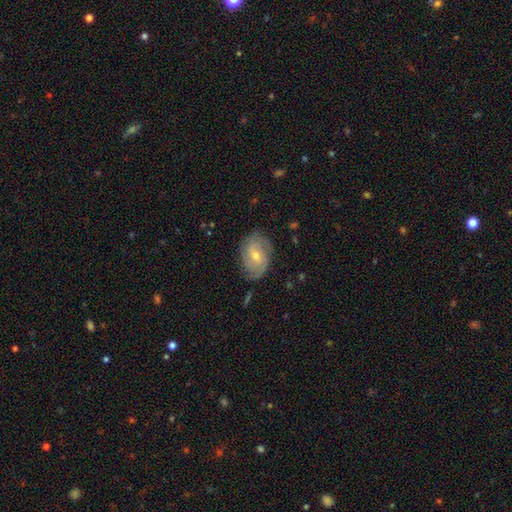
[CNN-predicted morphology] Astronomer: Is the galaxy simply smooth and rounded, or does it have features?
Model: featured or disk — 73%.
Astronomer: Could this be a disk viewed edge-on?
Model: no — 96%.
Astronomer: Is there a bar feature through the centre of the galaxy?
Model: no — 53% (runner-up: weak, 39%).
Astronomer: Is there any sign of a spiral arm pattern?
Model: yes — 91%.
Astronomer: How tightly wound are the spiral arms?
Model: tight — 54% (runner-up: medium, 34%).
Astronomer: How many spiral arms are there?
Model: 2 — 42% (runner-up: can't tell, 28%).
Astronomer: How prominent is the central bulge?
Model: small — 49% (runner-up: moderate, 47%).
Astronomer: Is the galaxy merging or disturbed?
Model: none — 76%.